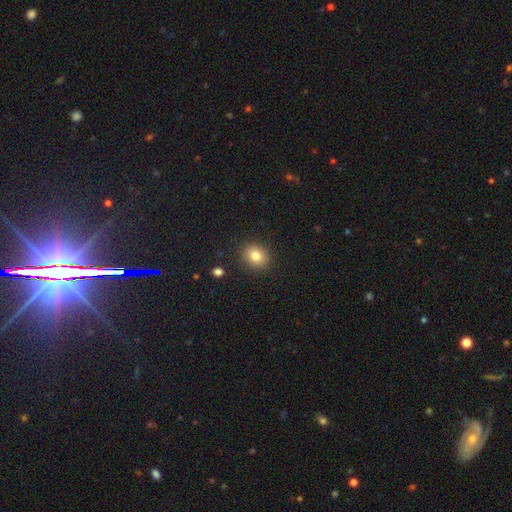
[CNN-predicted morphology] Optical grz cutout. It shows a smooth galaxy with no disk features (82%) that is round (66%). Merging: none (89%).